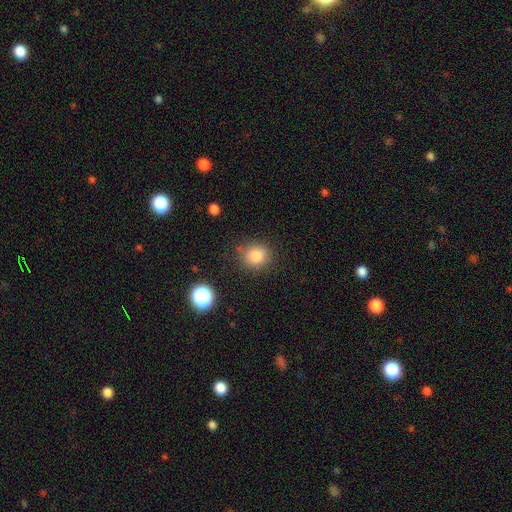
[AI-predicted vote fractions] The model was most divided on "how rounded": round: 83%, in between: 16%, cigar-shaped: 1%. More confident: smooth or featured — smooth (83%); merging — none (81%).